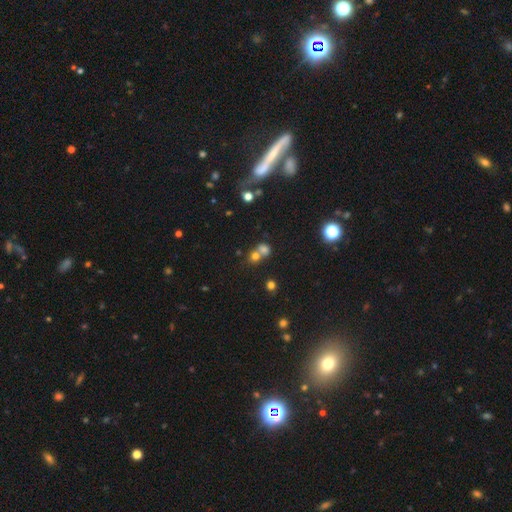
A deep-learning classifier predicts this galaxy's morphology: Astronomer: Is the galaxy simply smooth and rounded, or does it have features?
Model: smooth — 68%.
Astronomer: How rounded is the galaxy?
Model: round — 79%.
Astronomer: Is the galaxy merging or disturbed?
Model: merger — 54% (runner-up: none, 37%).